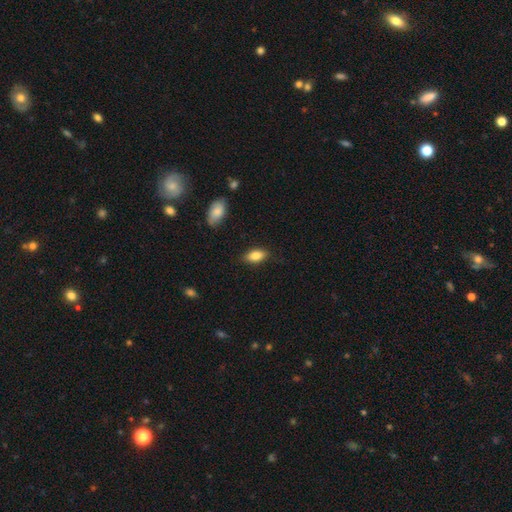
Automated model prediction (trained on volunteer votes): This is clearly a smooth galaxy (82%). How rounded: clearly in between (87%). Merging: clearly none (84%).